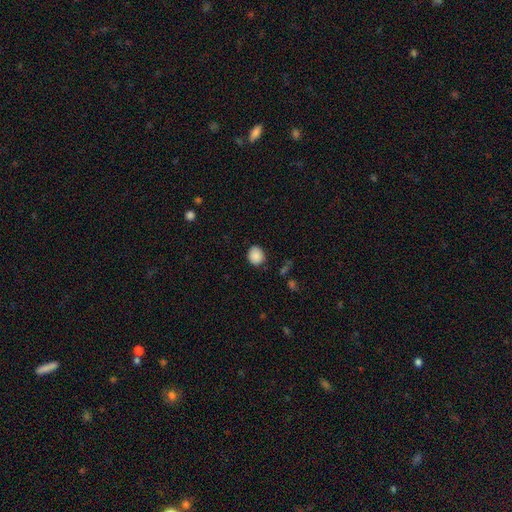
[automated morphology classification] type=smooth (88%); roundness=round (73%); merging=none (84%).